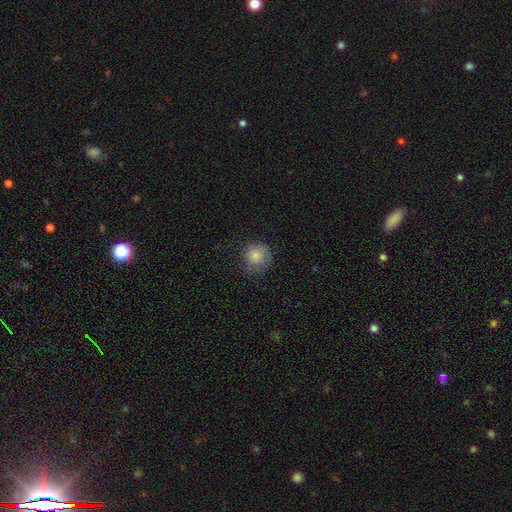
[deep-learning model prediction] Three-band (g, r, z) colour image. It shows a smooth galaxy with no disk features (83%) that is round (89%). Merging: none (71%).